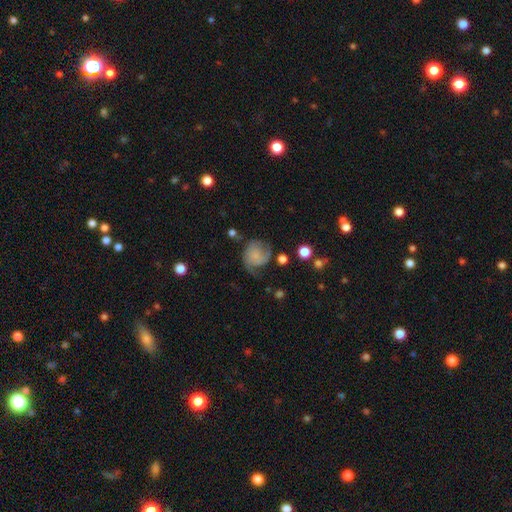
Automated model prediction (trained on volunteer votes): Smooth or featured? Predicted: featured or disk (p=0.53). Edge-on disk? Predicted: no (p=0.98). Bar? Predicted: no (p=0.77). Spiral arms? Predicted: yes (p=0.87). Bulge size? Predicted: small (p=0.50). Merging? Predicted: none (p=0.47).